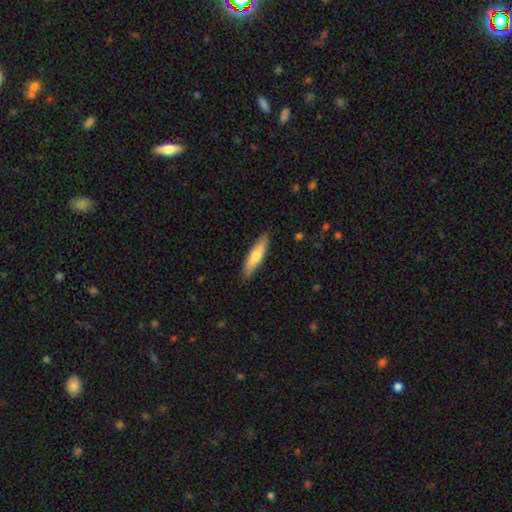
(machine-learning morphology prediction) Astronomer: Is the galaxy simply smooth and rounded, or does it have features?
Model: smooth — 64%.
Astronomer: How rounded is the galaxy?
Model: cigar-shaped — 72%.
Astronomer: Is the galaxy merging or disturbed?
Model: none — 88%.